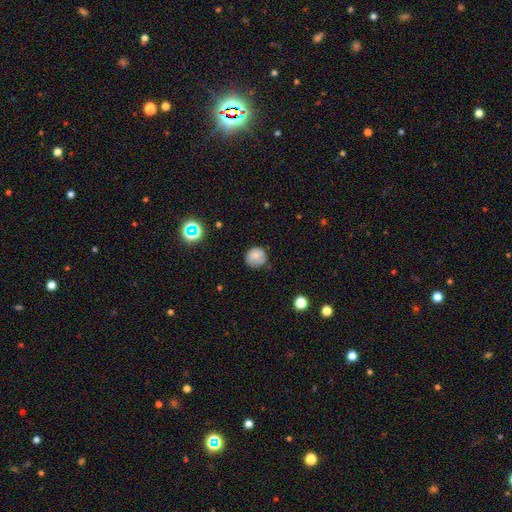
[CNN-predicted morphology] smooth-or-featured: smooth: 74% | featured or disk: 15% | star or artifact: 11%
  how-rounded: round: 85% | in between: 14% | cigar-shaped: 1%
  merging: none: 63% | minor disturbance: 27% | major disturbance: 7% | merger: 3%